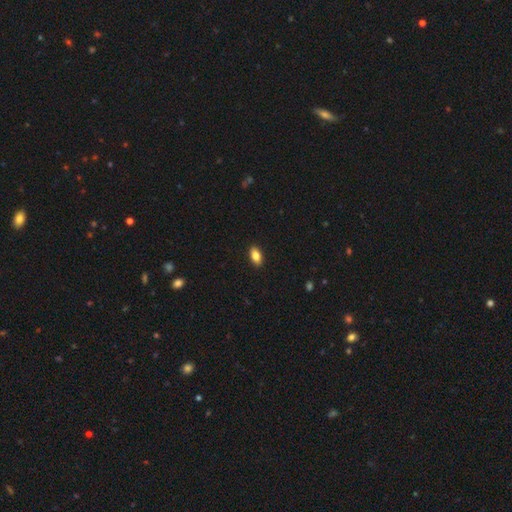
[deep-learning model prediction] Smooth or featured? Predicted: smooth (p=0.84). How rounded? Predicted: in between (p=0.90). Merging? Predicted: none (p=0.90).